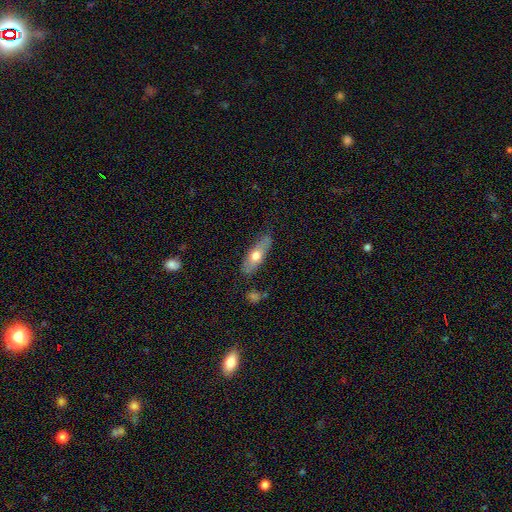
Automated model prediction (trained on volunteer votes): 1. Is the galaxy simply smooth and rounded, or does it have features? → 58% smooth, 36% featured or disk, 6% star or artifact.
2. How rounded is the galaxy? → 49% cigar-shaped, 48% in between, 3% round.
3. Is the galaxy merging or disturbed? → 76% none, 17% minor disturbance, 4% major disturbance, 3% merger.